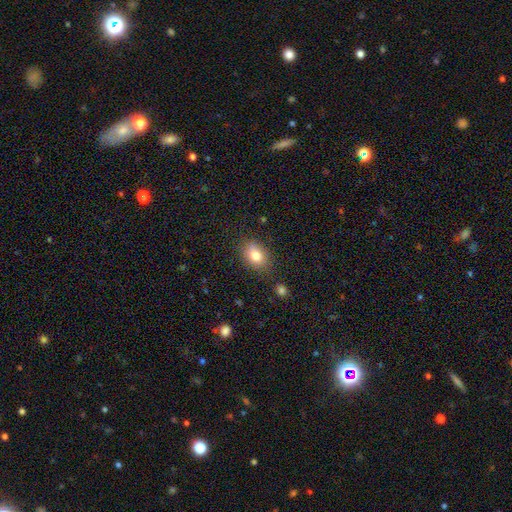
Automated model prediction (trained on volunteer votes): Smooth or featured? Predicted: smooth (p=0.81). How rounded? Predicted: in between (p=0.75). Merging? Predicted: none (p=0.80).